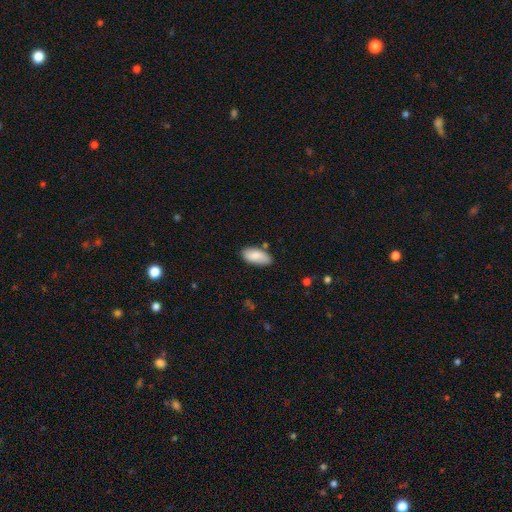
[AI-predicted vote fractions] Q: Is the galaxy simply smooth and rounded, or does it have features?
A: smooth — 84%.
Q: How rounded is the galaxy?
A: in between — 92%.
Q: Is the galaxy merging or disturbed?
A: none — 79%.